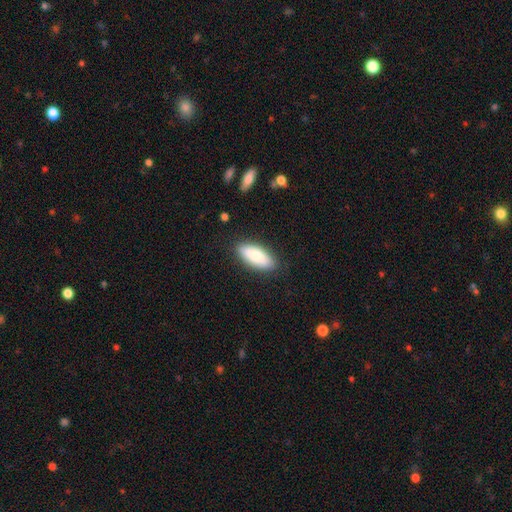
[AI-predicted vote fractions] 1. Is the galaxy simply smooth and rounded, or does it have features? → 80% smooth, 14% featured or disk, 6% star or artifact.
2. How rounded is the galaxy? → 82% in between, 16% cigar-shaped, 2% round.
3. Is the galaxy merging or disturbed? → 85% none, 11% minor disturbance, 2% major disturbance, 1% merger.